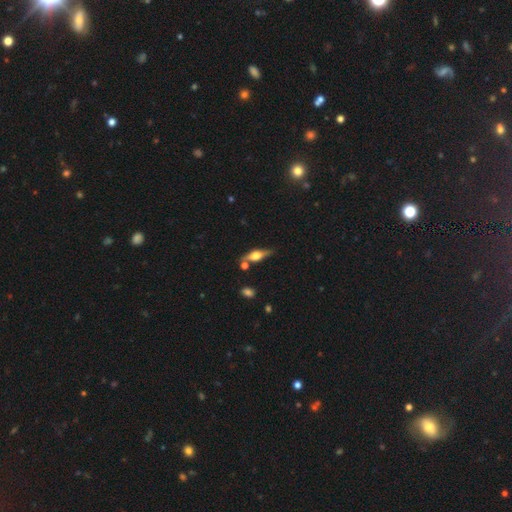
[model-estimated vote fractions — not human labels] Overall: featured or disk (62%; smooth 31%). Edge-on disk: yes (93%). Edge-on bulge: rounded (91%). Merging: none (74%).